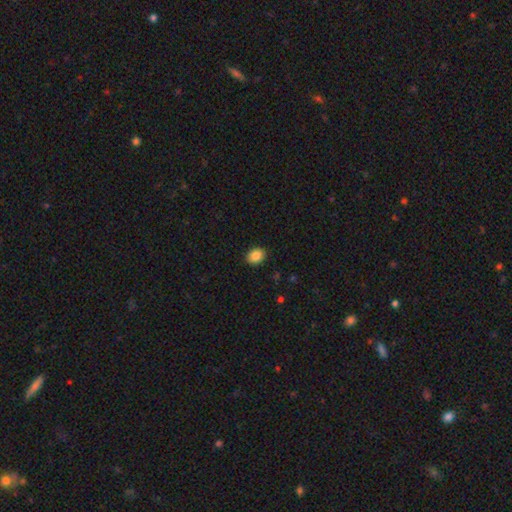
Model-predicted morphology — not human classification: Smooth or featured: smooth — 86% (star or artifact — 9%)
How rounded: in between — 57% (round — 42%)
Merging: none — 90% (minor disturbance — 7%)